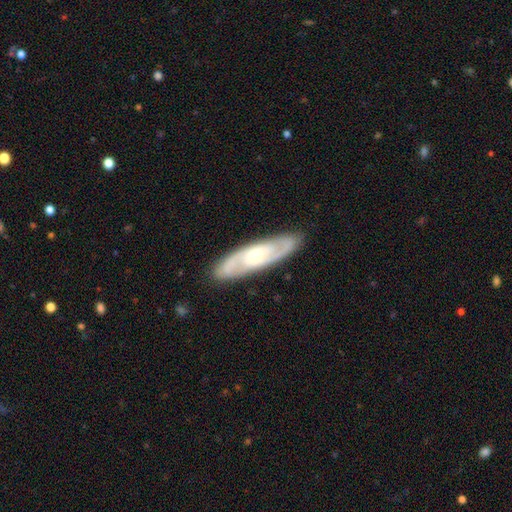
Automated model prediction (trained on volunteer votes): This appears to be a featured or disk galaxy (77%) with no bar (63%), 2 (72%) tight (44%) spiral arms (89%) and a moderate central bulge (51%). Merging: none (87%).